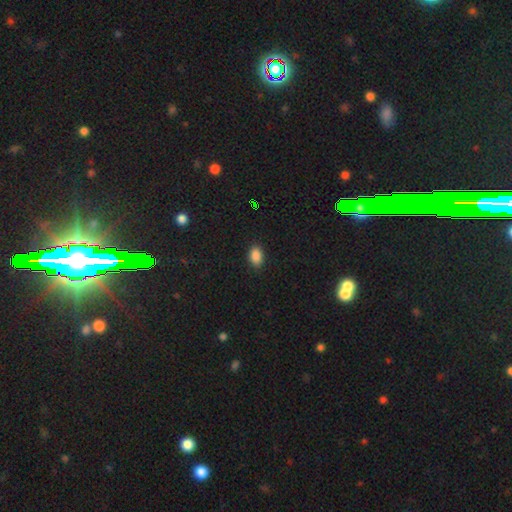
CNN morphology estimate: Smooth or featured? smooth (87%)
How rounded? in between (86%)
Merging? none (88%)